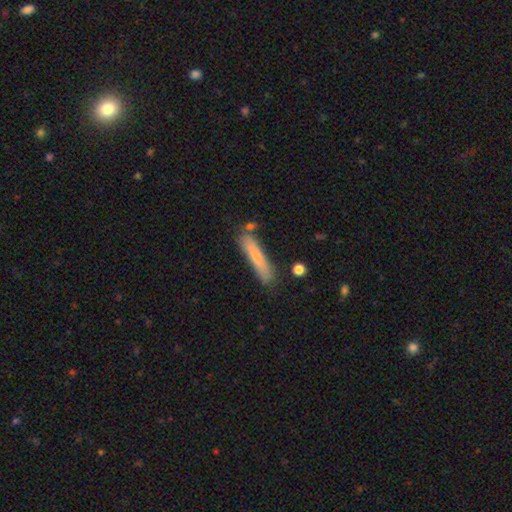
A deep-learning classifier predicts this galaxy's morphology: smooth_or_featured: smooth (p=0.69) [alt: featured or disk p=0.25]
how_rounded: cigar-shaped (p=0.90) [alt: in between p=0.09]
merging: none (p=0.76) [alt: minor disturbance p=0.16]